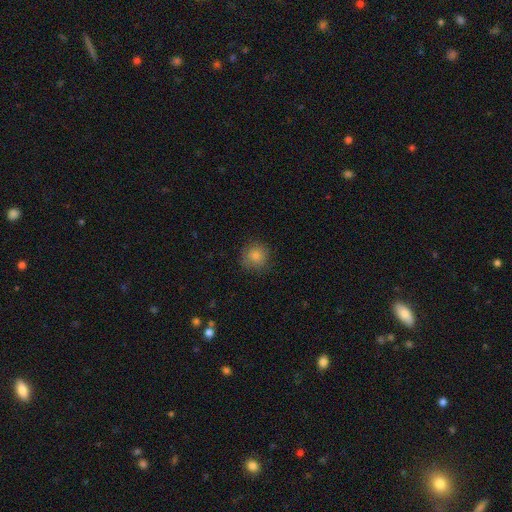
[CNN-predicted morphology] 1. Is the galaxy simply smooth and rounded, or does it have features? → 84% smooth, 10% star or artifact, 7% featured or disk.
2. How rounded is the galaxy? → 91% round, 8% in between, 1% cigar-shaped.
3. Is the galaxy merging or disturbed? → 81% none, 14% minor disturbance, 4% major disturbance, 1% merger.